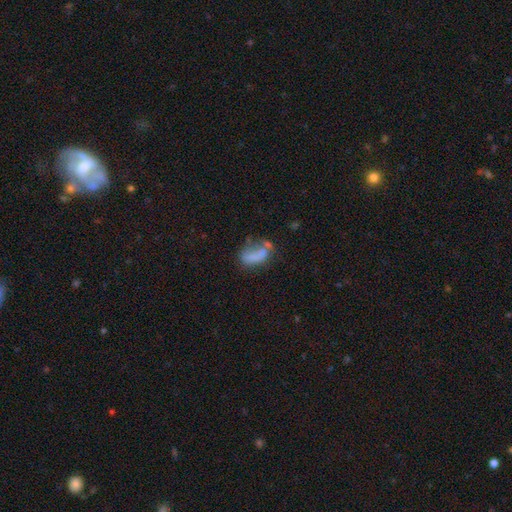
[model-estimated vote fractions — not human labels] Smooth or featured? smooth (60%)
How rounded? in between (85%)
Merging? major disturbance (29%)